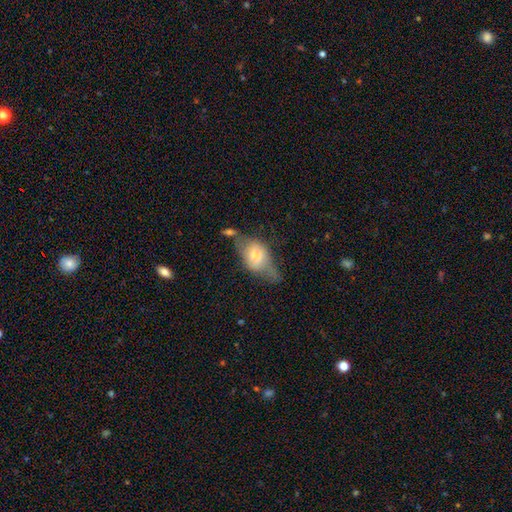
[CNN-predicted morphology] smooth 52%, featured or disk 41%, star or artifact 8%. Down the decision tree: how rounded — in between (79%); merging — none (35%).